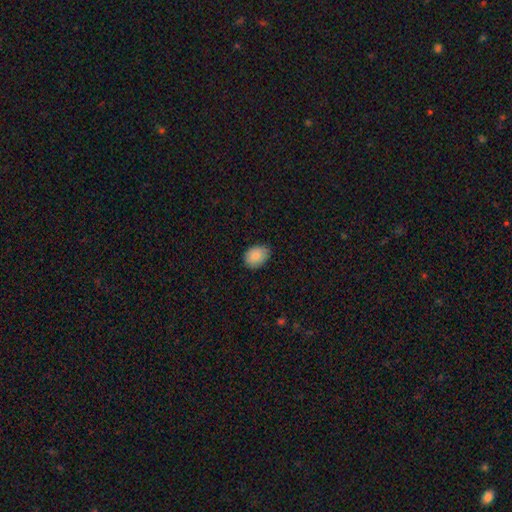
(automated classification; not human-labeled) smooth_or_featured: smooth (p=0.88) [alt: star or artifact p=0.08]
how_rounded: in between (p=0.66) [alt: round p=0.33]
merging: none (p=0.79) [alt: minor disturbance p=0.18]